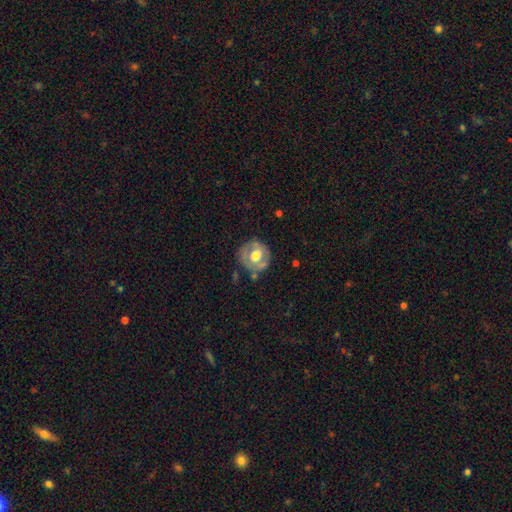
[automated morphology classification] Smooth or featured?
  - featured or disk: 51% *
  - smooth: 42%
  - star or artifact: 7%
Edge-on disk?
  - no: 96% *
  - yes: 4%
Merging?
  - none: 67% *
  - minor disturbance: 22%
  - major disturbance: 8%
  - merger: 4%